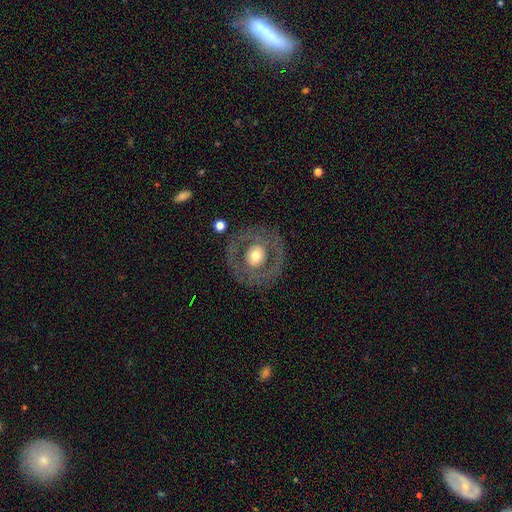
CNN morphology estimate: This is possibly a featured or disk galaxy (55%). It is clearly not viewed edge-on (95%). Bar: clearly no (83%). Spiral arm pattern: clearly no (82%). Central bulge: likely moderate (63%). Merging: clearly none (80%).